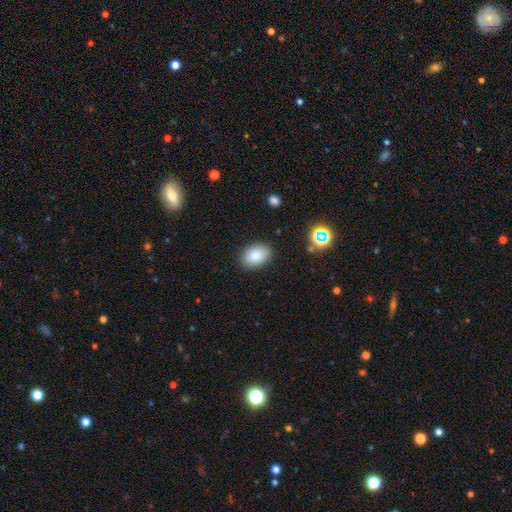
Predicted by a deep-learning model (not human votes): Q: Smooth or featured?
A: smooth (83%); runner-up: star or artifact (9%)
Q: How rounded?
A: in between (84%); runner-up: round (15%)
Q: Merging?
A: none (86%); runner-up: minor disturbance (10%)